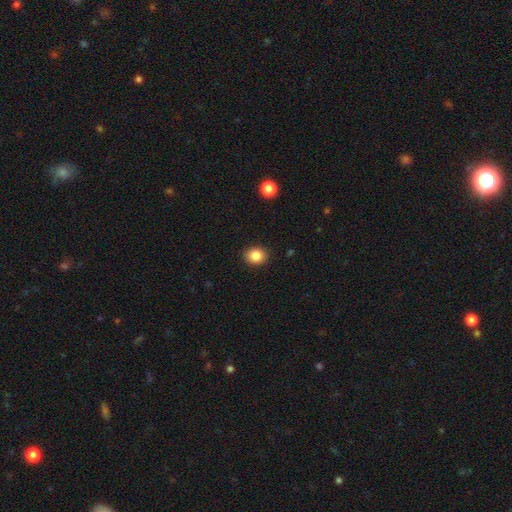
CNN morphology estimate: This is clearly a smooth galaxy (86%). How rounded: likely round (67%). Merging: clearly none (90%).